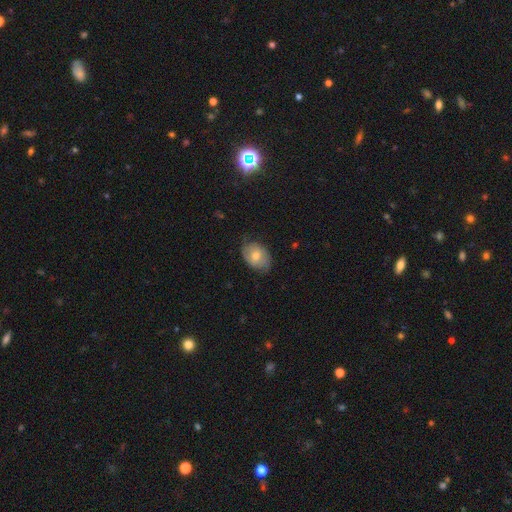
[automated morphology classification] This appears to be a smooth galaxy with no disk features (64%) that is in between round and cigar-shaped (77%). Merging: none (71%).